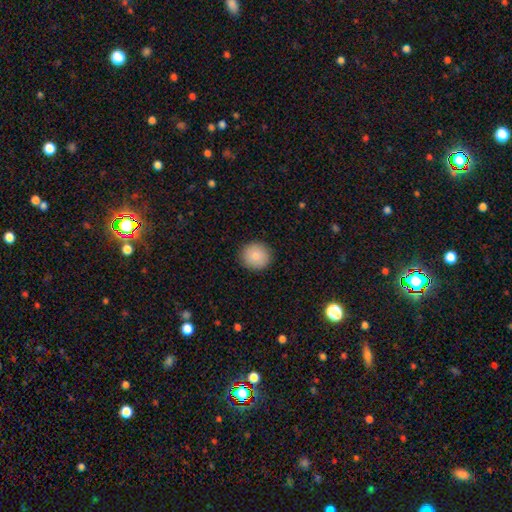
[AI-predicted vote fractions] smooth 85%, star or artifact 8%, featured or disk 7%. Down the decision tree: how rounded — round (91%); merging — none (91%).